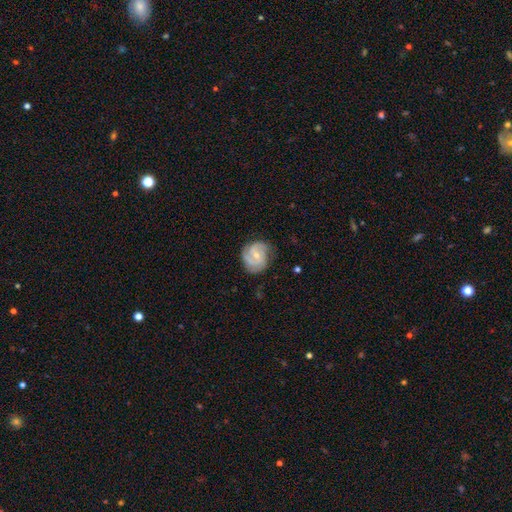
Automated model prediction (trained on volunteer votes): The model was most divided on "spiral arm count" (2-way tie): 2: 36%, 3: 36%, can't tell: 15%, 4: 5%, 1: 4%, more than 4: 3%. Remaining: edge-on disk — no (98%); spiral arms — yes (95%); smooth or featured — featured or disk (79%); merging — none (70%); bulge size — small (57%); bar — no (56%); spiral winding — tight (49%).